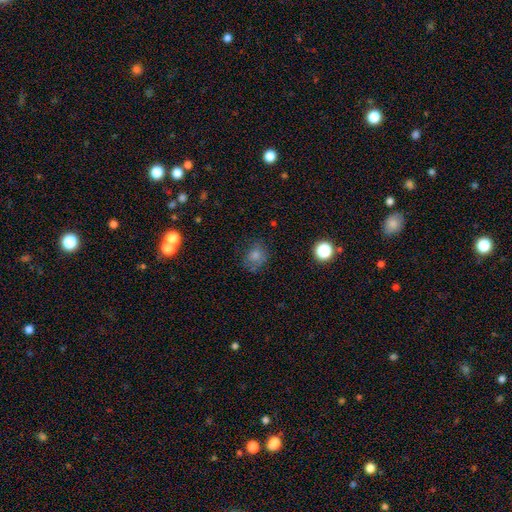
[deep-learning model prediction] This is likely a smooth galaxy (74%). How rounded: likely round (64%). Merging: likely none (64%).